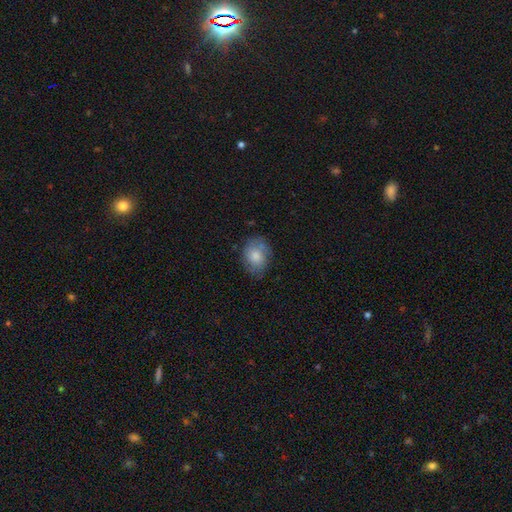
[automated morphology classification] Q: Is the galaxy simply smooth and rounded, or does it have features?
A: smooth — 72%.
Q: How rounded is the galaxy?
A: in between — 65%.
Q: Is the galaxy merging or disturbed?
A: none — 67%.